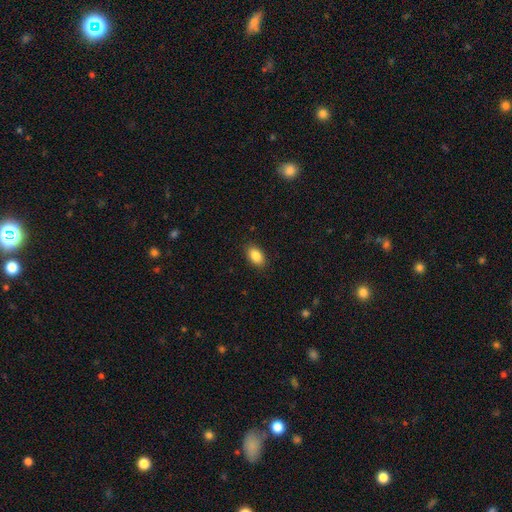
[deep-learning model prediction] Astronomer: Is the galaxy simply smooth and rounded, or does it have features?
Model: smooth — 87%.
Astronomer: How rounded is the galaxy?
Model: in between — 90%.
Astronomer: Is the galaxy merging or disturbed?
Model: none — 89%.